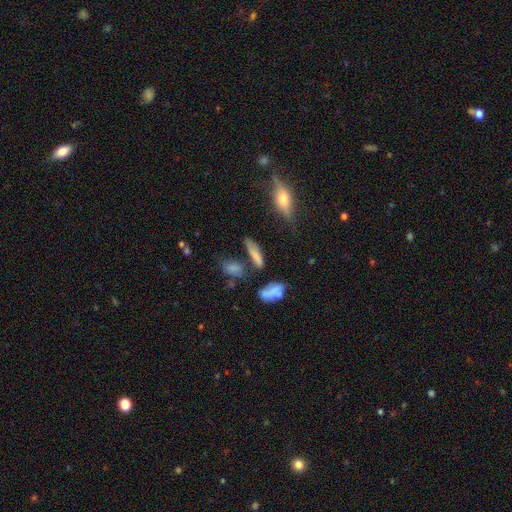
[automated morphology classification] smooth_or_featured: smooth (p=0.70) [alt: featured or disk p=0.18]
how_rounded: cigar-shaped (p=0.56) [alt: in between p=0.39]
merging: none (p=0.57) [alt: minor disturbance p=0.21]